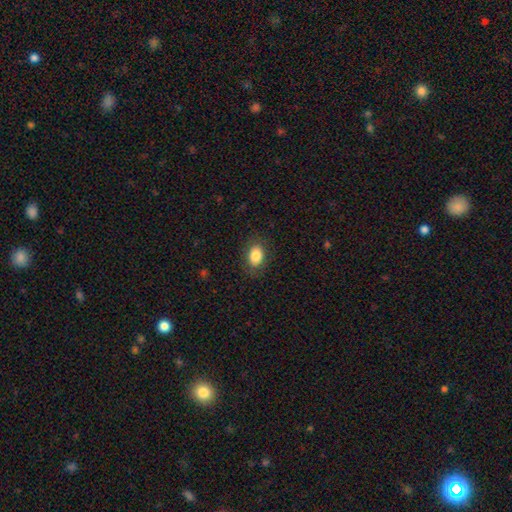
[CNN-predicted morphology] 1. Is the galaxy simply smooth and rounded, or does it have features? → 85% smooth, 8% star or artifact, 7% featured or disk.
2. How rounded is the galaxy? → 79% in between, 20% round, 1% cigar-shaped.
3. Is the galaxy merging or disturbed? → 85% none, 11% minor disturbance, 4% major disturbance, 1% merger.